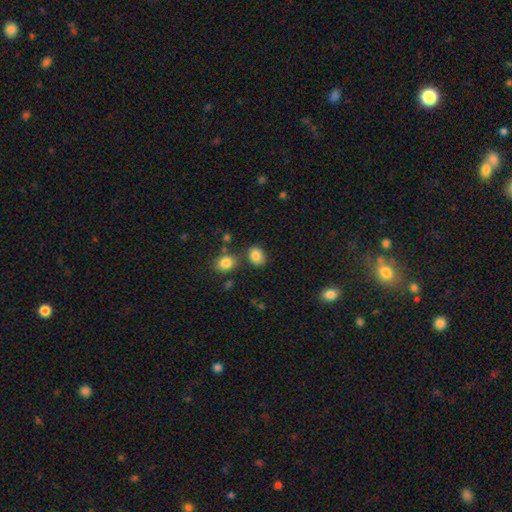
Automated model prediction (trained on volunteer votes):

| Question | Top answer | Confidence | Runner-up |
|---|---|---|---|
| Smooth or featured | smooth | 83% | star or artifact (10%) |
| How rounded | in between | 56% | round (43%) |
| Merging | none | 73% | minor disturbance (13%) |